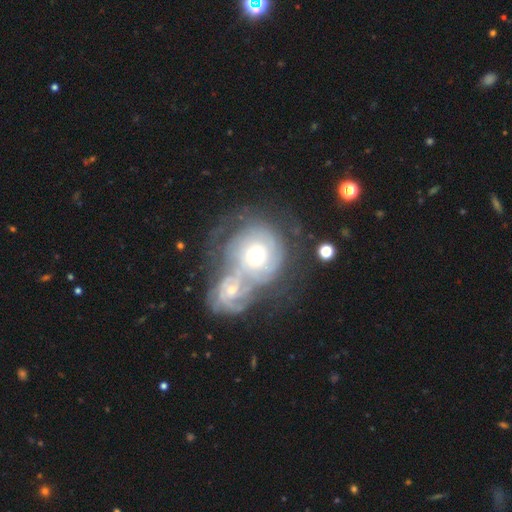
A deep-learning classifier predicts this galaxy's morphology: type=featured or disk (72%); edge-on=no (97%); bar=no (80%); spiral arms=yes (83%); winding=tight (70%); arm count=can't tell (47%); bulge=moderate (71%); merging=merger (71%).